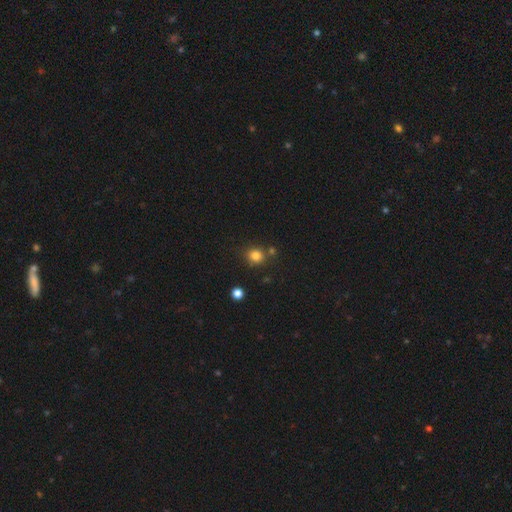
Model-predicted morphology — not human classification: Q: Smooth or featured?
A: smooth (81%); runner-up: star or artifact (13%)
Q: How rounded?
A: round (84%); runner-up: in between (15%)
Q: Merging?
A: none (75%); runner-up: merger (11%)